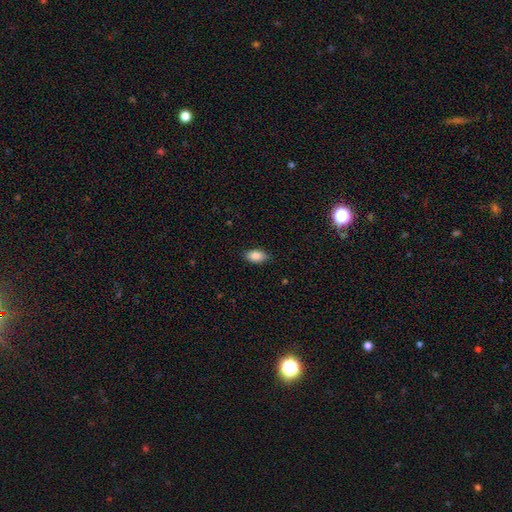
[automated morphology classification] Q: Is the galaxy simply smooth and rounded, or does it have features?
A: smooth — 87%.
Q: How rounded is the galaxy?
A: in between — 92%.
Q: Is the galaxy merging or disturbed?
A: none — 85%.